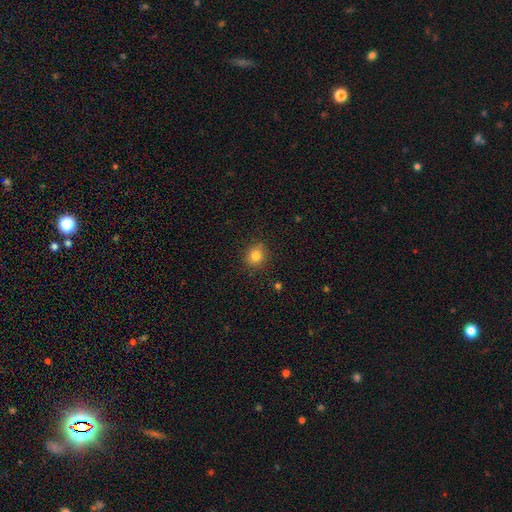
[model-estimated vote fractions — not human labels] This is clearly a smooth galaxy (82%). How rounded: clearly round (80%). Merging: clearly none (86%).